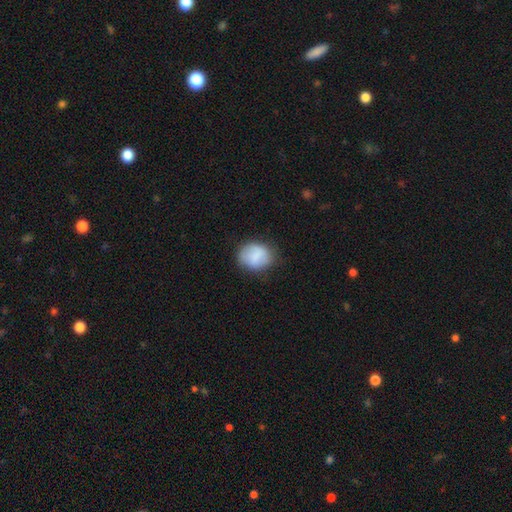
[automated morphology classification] smooth_or_featured: smooth (p=0.81) [alt: featured or disk p=0.12]
how_rounded: round (p=0.54) [alt: in between p=0.45]
merging: none (p=0.74) [alt: minor disturbance p=0.19]